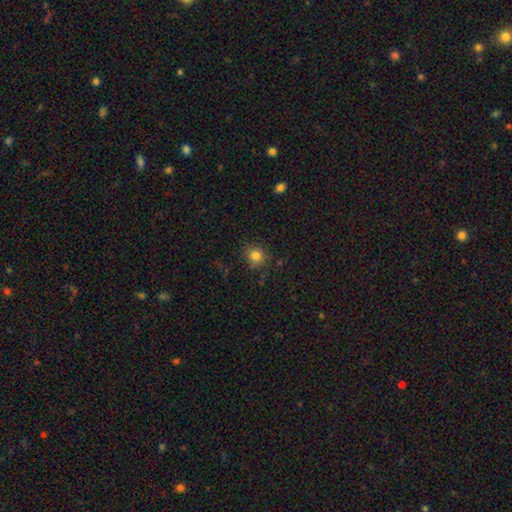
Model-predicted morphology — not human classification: Q: Smooth or featured?
A: smooth (81%); runner-up: star or artifact (13%)
Q: How rounded?
A: round (87%); runner-up: in between (12%)
Q: Merging?
A: none (81%); runner-up: minor disturbance (13%)